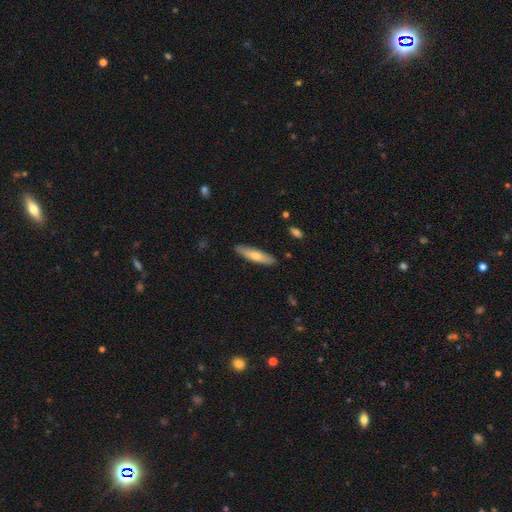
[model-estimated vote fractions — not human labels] smooth-or-featured: smooth: 68% | featured or disk: 27% | star or artifact: 6%
  how-rounded: cigar-shaped: 77% | in between: 22% | round: 2%
  merging: none: 88% | minor disturbance: 9% | major disturbance: 2% | merger: 1%